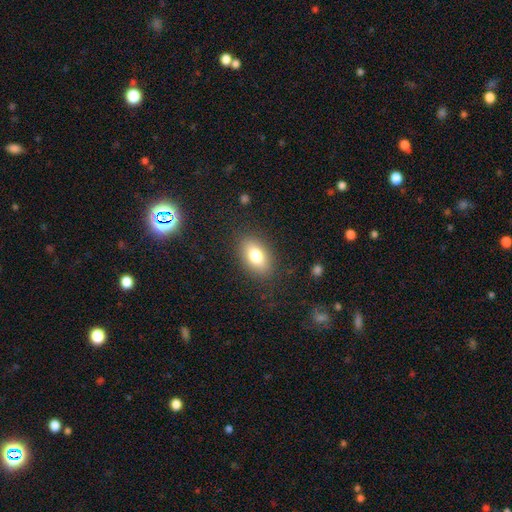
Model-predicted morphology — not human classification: Smooth or featured? smooth (77%)
How rounded? in between (87%)
Merging? none (85%)